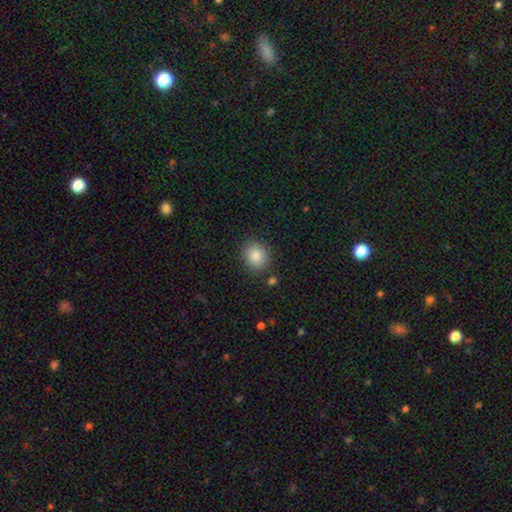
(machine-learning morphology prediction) Smooth or featured?
  - smooth: 87% *
  - star or artifact: 9%
  - featured or disk: 4%
How rounded?
  - round: 73% *
  - in between: 26%
  - cigar-shaped: 1%
Merging?
  - none: 85% *
  - minor disturbance: 9%
  - major disturbance: 3%
  - merger: 2%